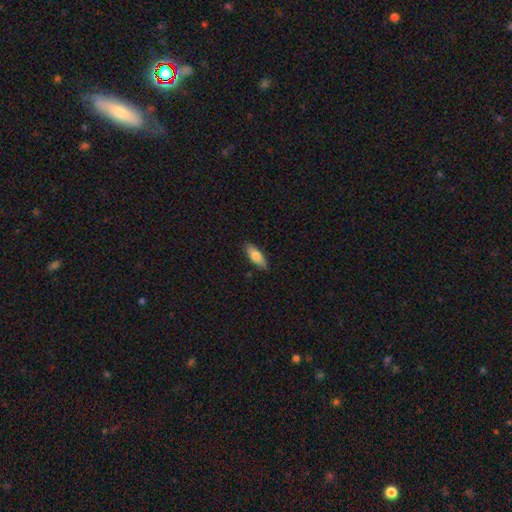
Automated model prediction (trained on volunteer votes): Overall: smooth (73%). How rounded: in between (65%; cigar-shaped 33%). Merging: none (87%).